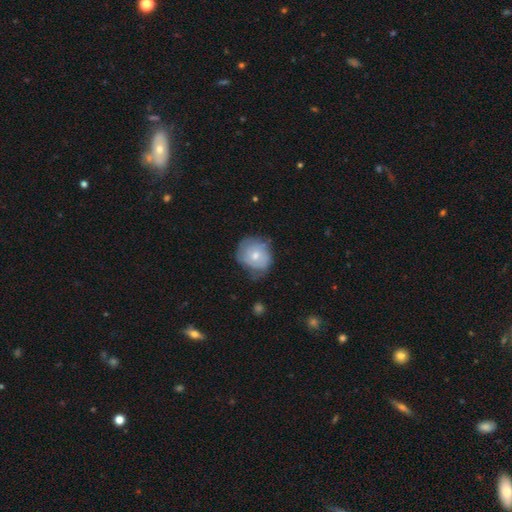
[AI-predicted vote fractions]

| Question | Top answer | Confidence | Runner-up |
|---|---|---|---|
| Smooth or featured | featured or disk | 50% | smooth (43%) |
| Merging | none | 55% | minor disturbance (31%) |